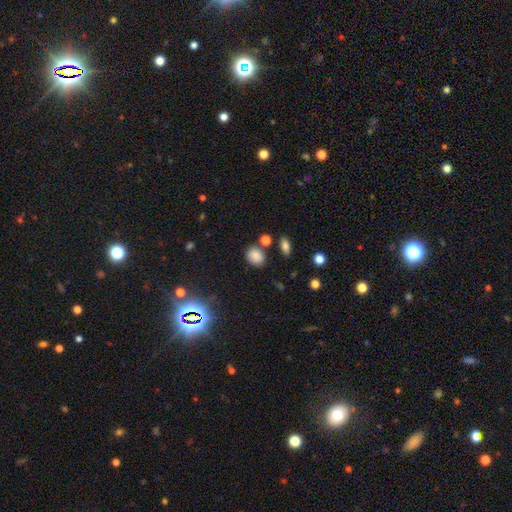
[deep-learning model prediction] This is likely a smooth galaxy (78%). How rounded: likely round (68%). Merging: likely none (77%).